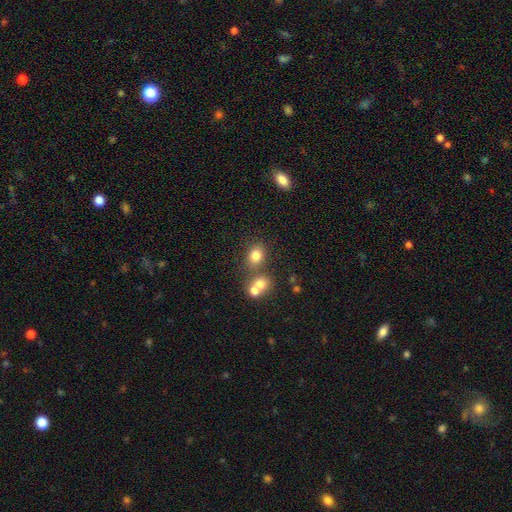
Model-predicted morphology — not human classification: type=smooth (78%); roundness=round (55%); merging=none (62%).